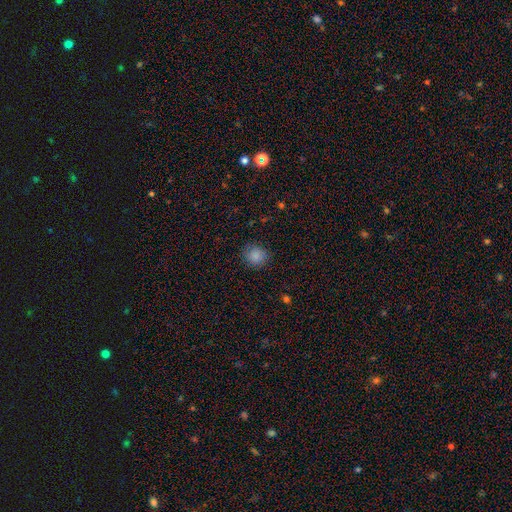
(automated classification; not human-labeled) A smooth galaxy with no disk features (86%) that is round (83%). Merging: none (84%).